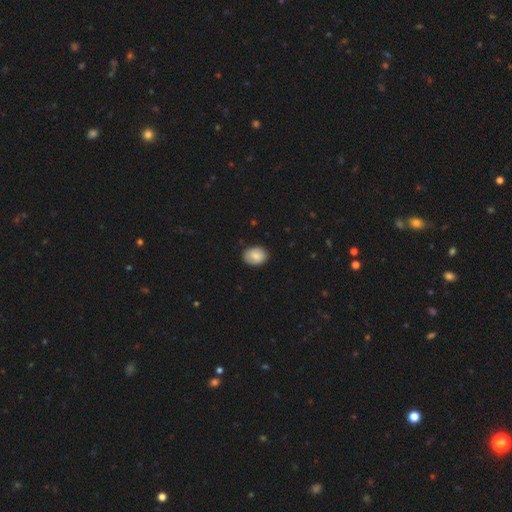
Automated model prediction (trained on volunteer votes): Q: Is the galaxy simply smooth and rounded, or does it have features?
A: smooth — 82%.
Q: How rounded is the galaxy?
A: in between — 68%.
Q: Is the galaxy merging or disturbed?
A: none — 84%.